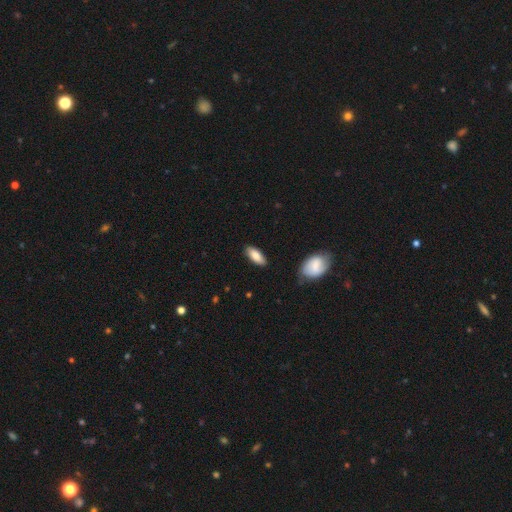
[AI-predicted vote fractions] Morphology: type=smooth (81%); roundness=in between (80%); merging=none (84%).